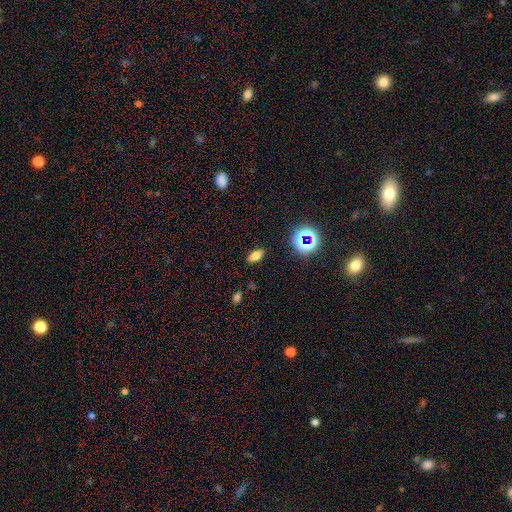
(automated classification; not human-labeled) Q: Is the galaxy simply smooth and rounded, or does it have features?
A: smooth — 72%.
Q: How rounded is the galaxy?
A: in between — 82%.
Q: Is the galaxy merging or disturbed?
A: none — 88%.